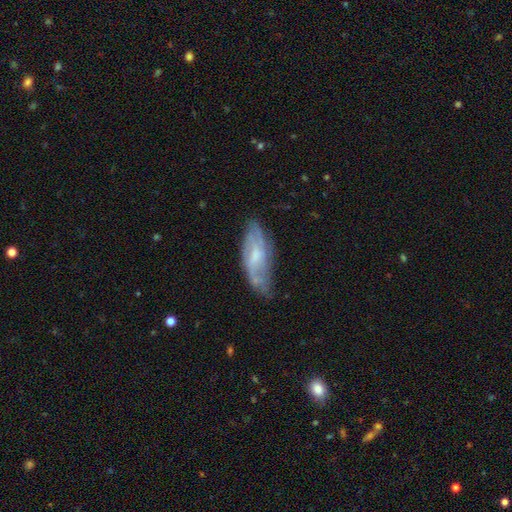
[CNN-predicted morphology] Smooth or featured? Predicted: featured or disk (p=0.63). Edge-on disk? Predicted: no (p=0.83). Bar? Predicted: no (p=0.48). Spiral arms? Predicted: yes (p=0.78). Bulge size? Predicted: small (p=0.49). Merging? Predicted: none (p=0.58).